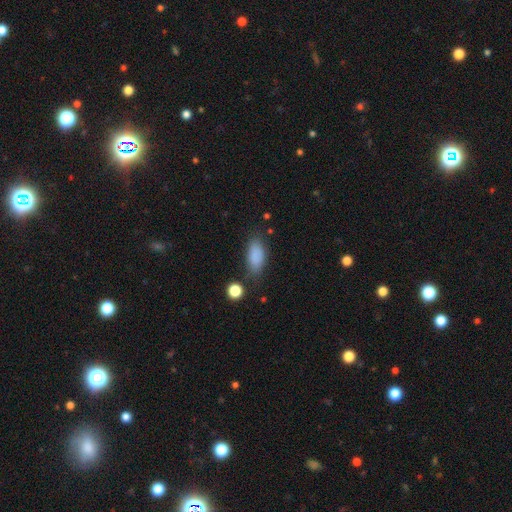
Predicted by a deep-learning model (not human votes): Q: Smooth or featured?
A: smooth (85%); runner-up: star or artifact (8%)
Q: How rounded?
A: in between (84%); runner-up: cigar-shaped (12%)
Q: Merging?
A: none (72%); runner-up: minor disturbance (19%)